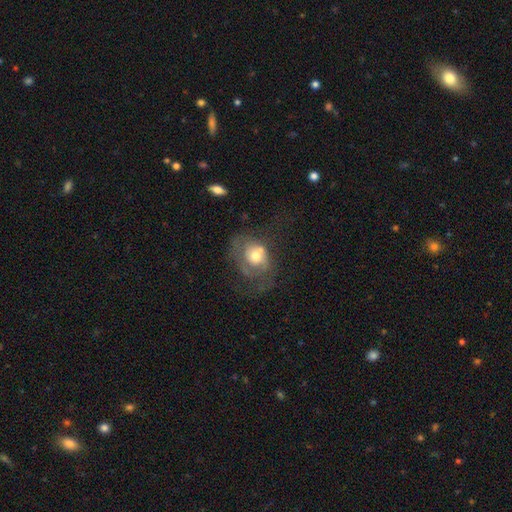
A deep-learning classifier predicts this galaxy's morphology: Smooth or featured? featured or disk (51%)
Edge-on disk? no (96%)
Merging? major disturbance (34%)